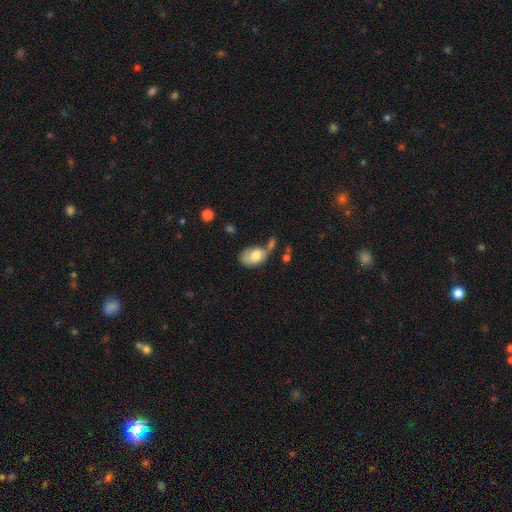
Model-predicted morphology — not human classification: Overall: smooth (73%). How rounded: in between (84%). Merging: none (35%; minor disturbance 26%).